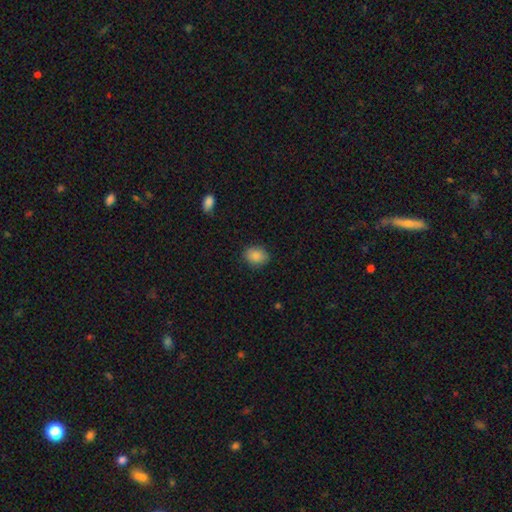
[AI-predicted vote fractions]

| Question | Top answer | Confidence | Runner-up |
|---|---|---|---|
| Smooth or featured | smooth | 87% | star or artifact (8%) |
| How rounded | in between | 61% | round (38%) |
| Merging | none | 85% | minor disturbance (11%) |